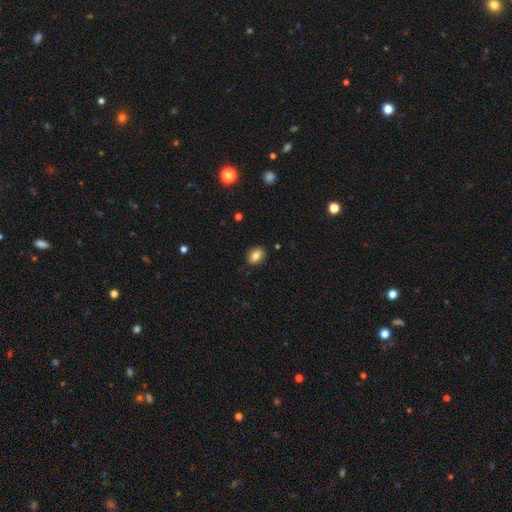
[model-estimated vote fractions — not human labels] Smooth or featured? Predicted: smooth (p=0.83). How rounded? Predicted: in between (p=0.71). Merging? Predicted: none (p=0.87).